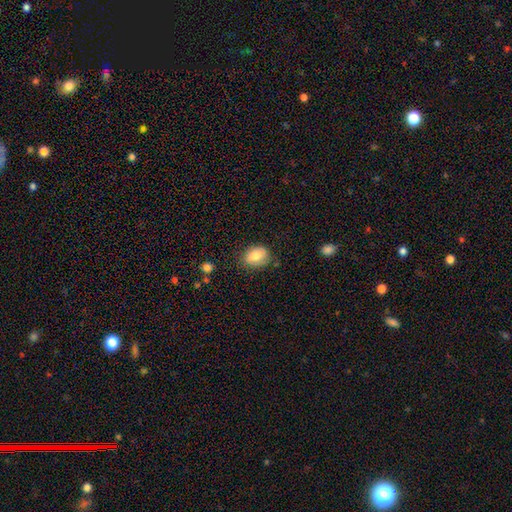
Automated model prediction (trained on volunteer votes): A smooth galaxy with no disk features (78%) that is in between round and cigar-shaped (66%).

Vote fractions:
- Smooth or featured? smooth: 78% / featured or disk: 13% / star or artifact: 8%
- How rounded? in between: 66% / round: 33% / cigar-shaped: 1%
- Merging? none: 75% / minor disturbance: 19% / major disturbance: 4% / merger: 2%